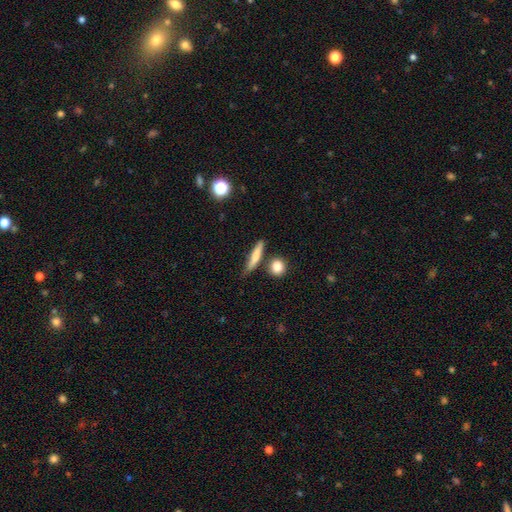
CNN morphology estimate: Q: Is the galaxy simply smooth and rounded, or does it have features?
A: smooth — 72%.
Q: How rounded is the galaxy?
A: cigar-shaped — 79%.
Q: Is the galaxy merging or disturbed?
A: none — 74%.